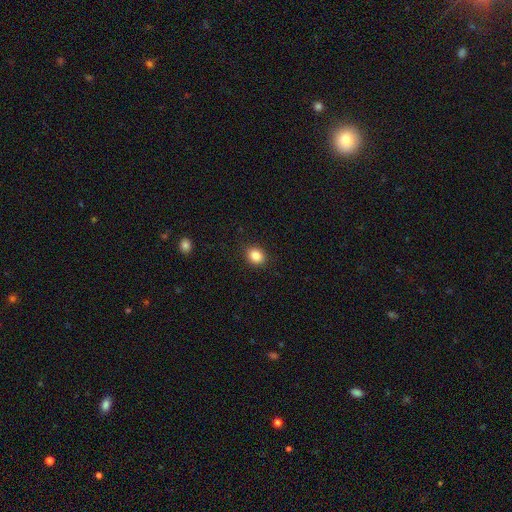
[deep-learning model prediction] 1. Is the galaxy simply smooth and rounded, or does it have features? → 86% smooth, 10% star or artifact, 5% featured or disk.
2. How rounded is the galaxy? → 58% round, 41% in between, 1% cigar-shaped.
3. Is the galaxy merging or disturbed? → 89% none, 8% minor disturbance, 2% major disturbance, 1% merger.